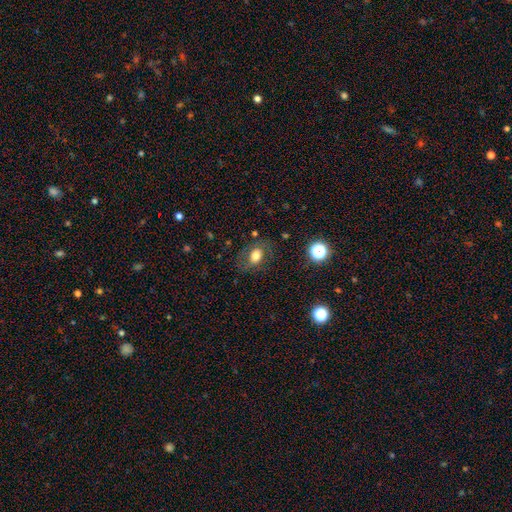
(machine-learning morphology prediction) Overall: smooth (68%). How rounded: in between (69%; round 29%). Merging: none (72%).